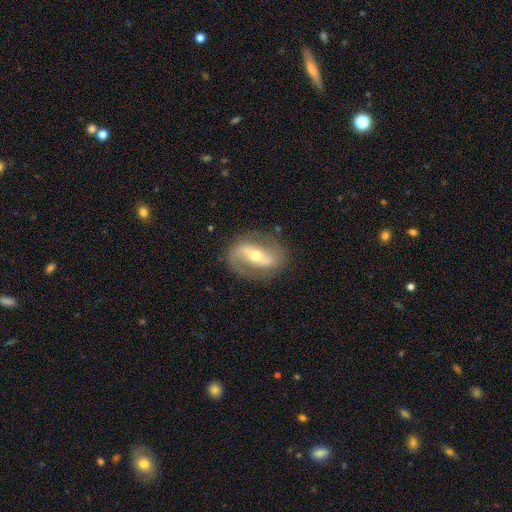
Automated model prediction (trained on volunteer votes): smooth_or_featured: featured or disk (p=0.83) [alt: smooth p=0.11]
disk_edge_on: no (p=0.93) [alt: yes p=0.07]
bar: strong (p=0.54) [alt: weak p=0.27]
has_spiral_arms: yes (p=0.87) [alt: no p=0.13]
spiral_winding: loose (p=0.41) [alt: medium p=0.40]
spiral_arm_count: 2 (p=0.85) [alt: 1 p=0.07]
bulge_size: moderate (p=0.56) [alt: small p=0.39]
merging: none (p=0.80) [alt: minor disturbance p=0.13]